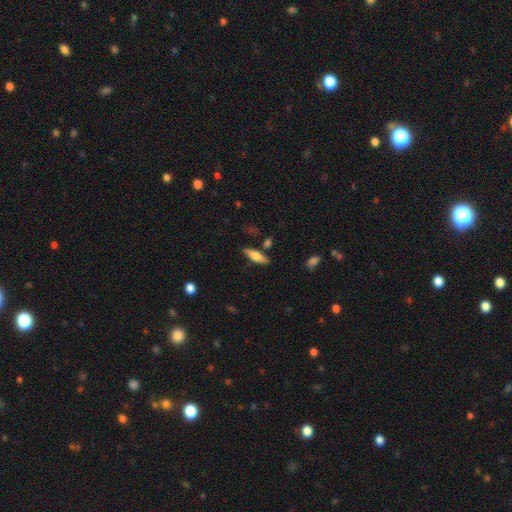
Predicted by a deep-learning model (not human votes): Smooth or featured: smooth — 56% (featured or disk — 38%)
How rounded: cigar-shaped — 53% (in between — 44%)
Merging: none — 82% (minor disturbance — 11%)